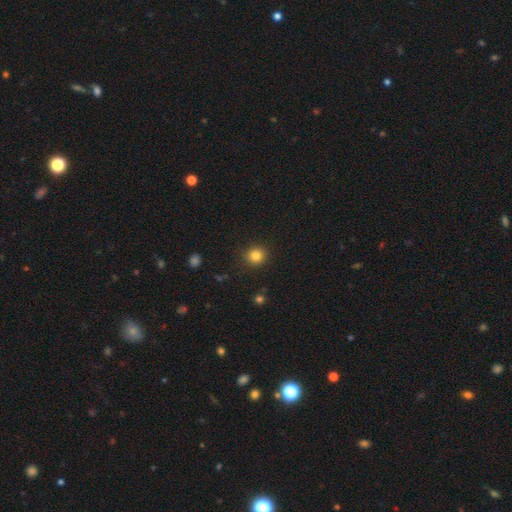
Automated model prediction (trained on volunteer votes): A smooth galaxy with no disk features (83%) that is round (91%).

Vote fractions:
- Smooth or featured? smooth: 83% / star or artifact: 12% / featured or disk: 5%
- How rounded? round: 91% / in between: 8% / cigar-shaped: 1%
- Merging? none: 88% / minor disturbance: 8% / major disturbance: 2% / merger: 1%